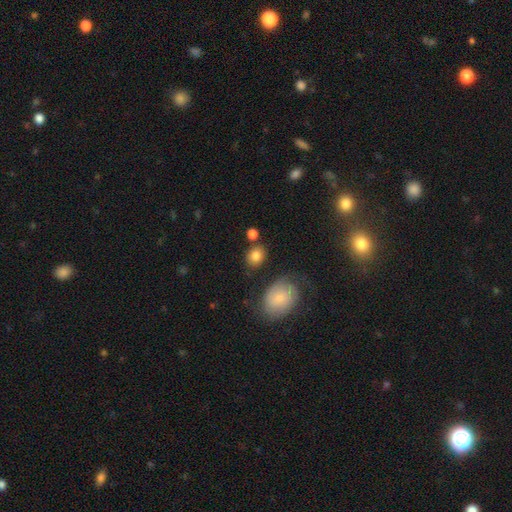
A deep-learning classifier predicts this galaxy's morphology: Overall: smooth (83%). How rounded: round (56%; in between 43%). Merging: none (74%).